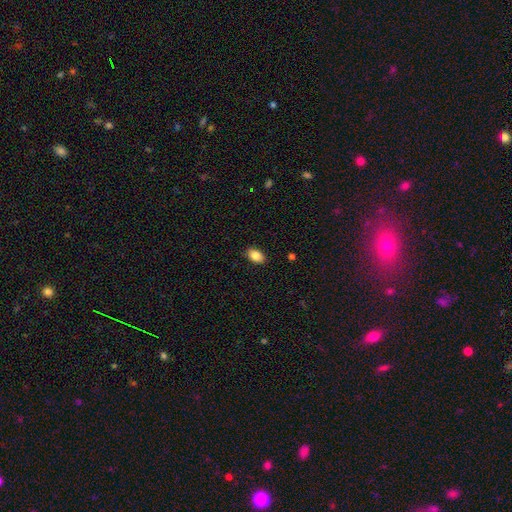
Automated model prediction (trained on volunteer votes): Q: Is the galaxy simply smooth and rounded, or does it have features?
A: smooth — 85%.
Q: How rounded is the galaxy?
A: in between — 89%.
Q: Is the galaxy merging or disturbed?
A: none — 88%.